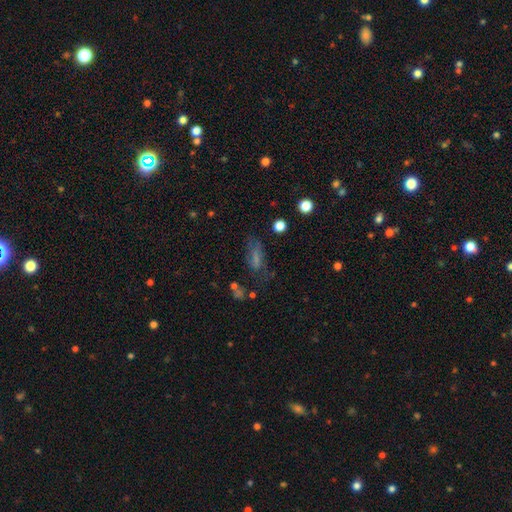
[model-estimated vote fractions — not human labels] Smooth or featured? smooth (41%)
Merging? none (52%)